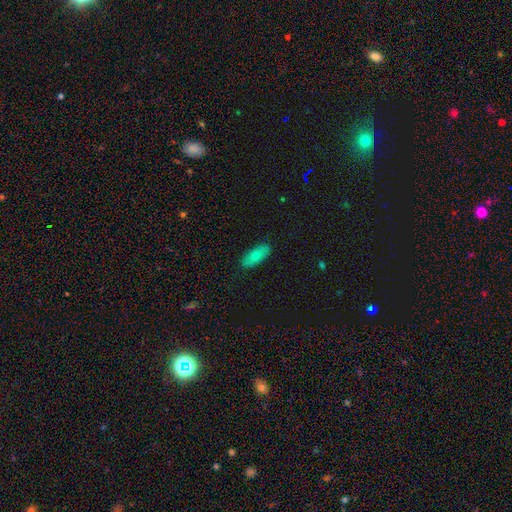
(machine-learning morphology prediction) smooth 74%, featured or disk 19%, star or artifact 7%. Down the decision tree: how rounded — in between (83%); merging — none (88%).